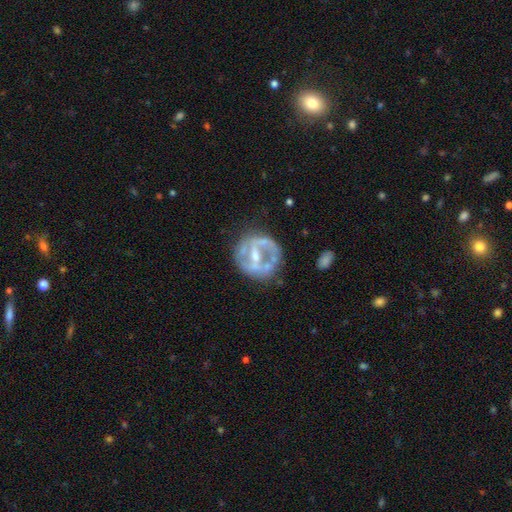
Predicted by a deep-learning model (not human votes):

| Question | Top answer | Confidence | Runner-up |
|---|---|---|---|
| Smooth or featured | featured or disk | 78% | smooth (16%) |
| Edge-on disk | no | 96% | yes (4%) |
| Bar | strong | 43% | weak (35%) |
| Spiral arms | yes | 56% | no (44%) |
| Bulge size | moderate | 49% | small (41%) |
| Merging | none | 61% | minor disturbance (20%) |